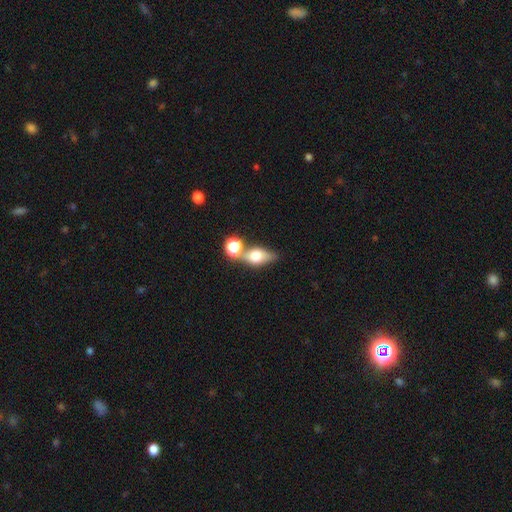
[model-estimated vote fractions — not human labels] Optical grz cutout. It shows a smooth galaxy with no disk features (59%) that is in between round and cigar-shaped (65%). Merging: none (44%).